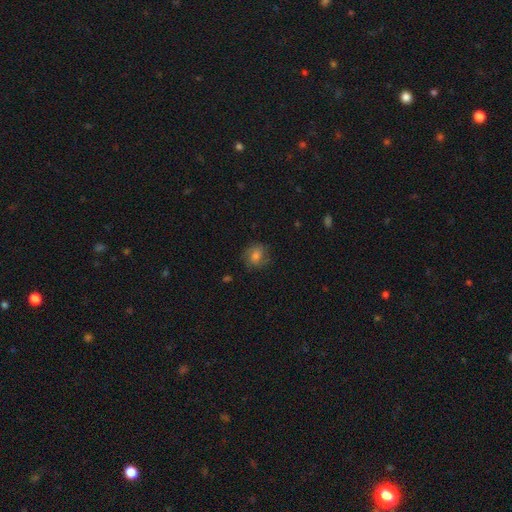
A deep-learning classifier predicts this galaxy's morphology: Q: Smooth or featured?
A: smooth (55%); runner-up: featured or disk (32%)
Q: How rounded?
A: round (68%); runner-up: in between (31%)
Q: Merging?
A: none (73%); runner-up: minor disturbance (18%)